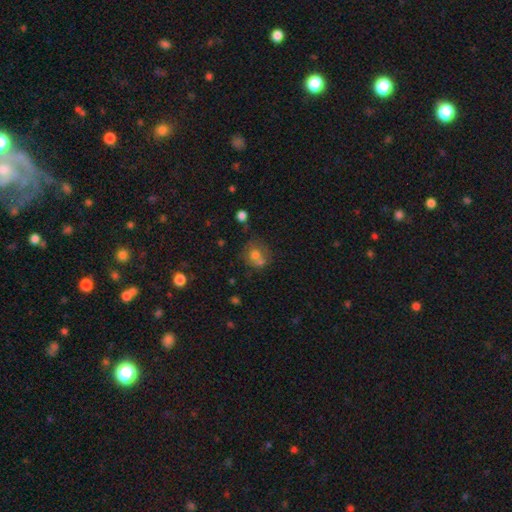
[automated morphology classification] Smooth or featured: smooth — 67% (featured or disk — 21%)
How rounded: round — 78% (in between — 21%)
Merging: none — 45% (merger — 34%)